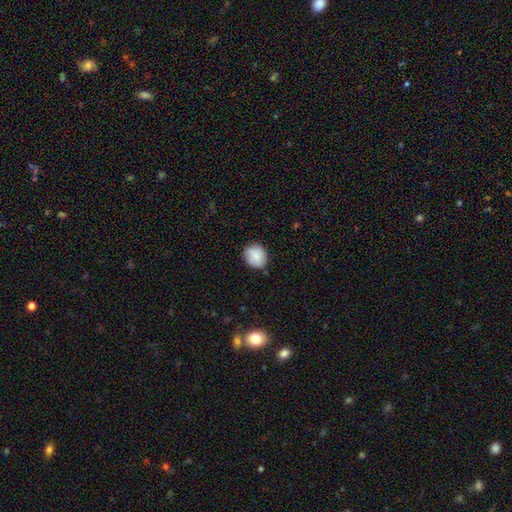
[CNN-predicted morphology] Smooth or featured? Predicted: smooth (p=0.84). How rounded? Predicted: round (p=0.77). Merging? Predicted: none (p=0.81).